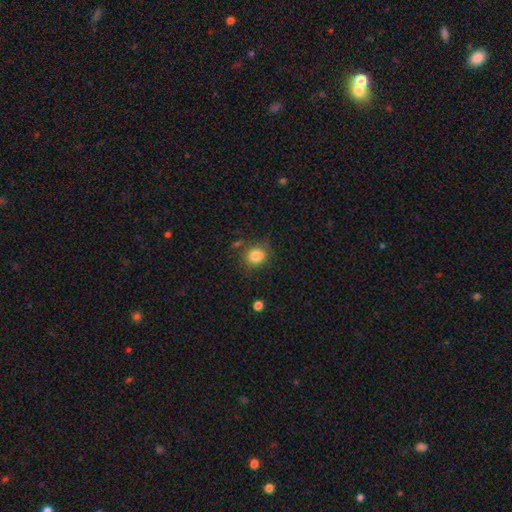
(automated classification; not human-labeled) smooth-or-featured: smooth: 82% | star or artifact: 11% | featured or disk: 8%
  how-rounded: round: 71% | in between: 28% | cigar-shaped: 1%
  merging: none: 72% | minor disturbance: 17% | major disturbance: 5% | merger: 5%